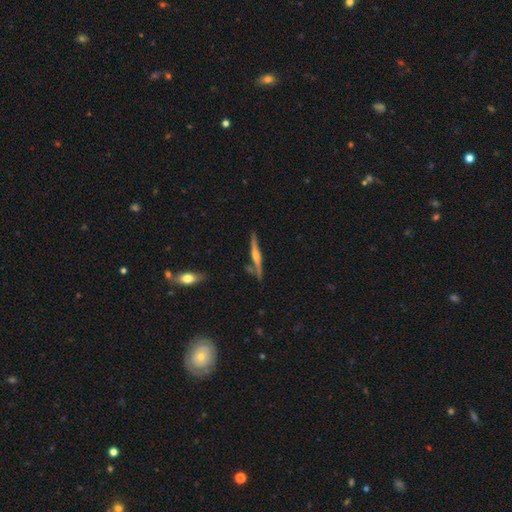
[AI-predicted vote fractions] The model was most divided on "smooth or featured": featured or disk: 73%, smooth: 21%, star or artifact: 6%. More confident: edge-on disk — yes (95%); edge-on bulge — rounded (81%); merging — none (76%).